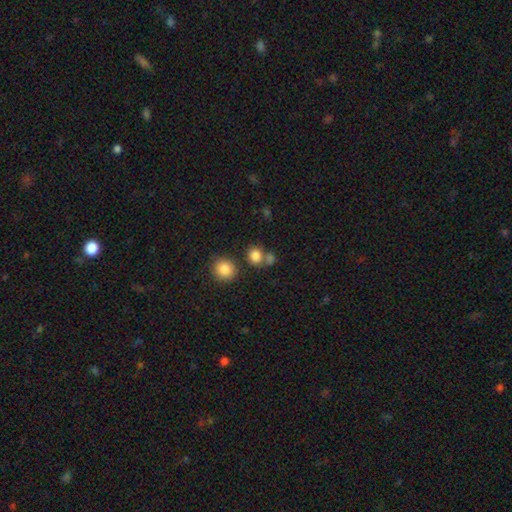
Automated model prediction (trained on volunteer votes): smooth-or-featured: smooth: 82% | star or artifact: 12% | featured or disk: 6%
  how-rounded: round: 76% | in between: 23% | cigar-shaped: 1%
  merging: none: 60% | merger: 26% | minor disturbance: 9% | major disturbance: 4%